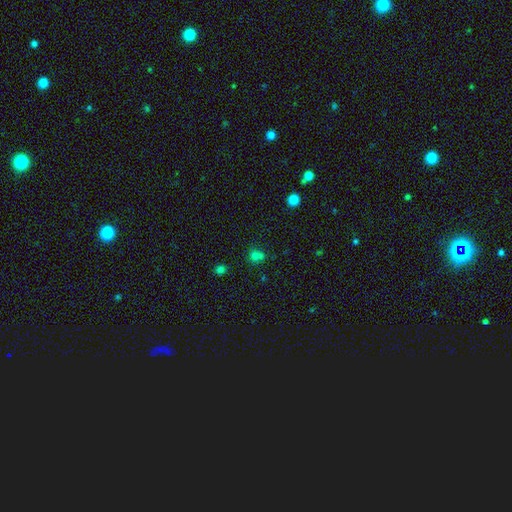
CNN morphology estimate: Smooth or featured?
  - smooth: 68% *
  - star or artifact: 22%
  - featured or disk: 10%
How rounded?
  - round: 82% *
  - in between: 17%
  - cigar-shaped: 1%
Merging?
  - none: 48% *
  - merger: 40%
  - minor disturbance: 9%
  - major disturbance: 4%